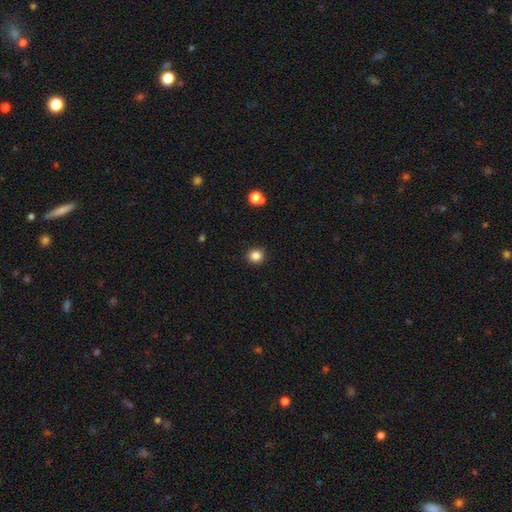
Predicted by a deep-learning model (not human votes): This appears to be a smooth galaxy with no disk features (85%) that is round (90%). Merging: none (92%).